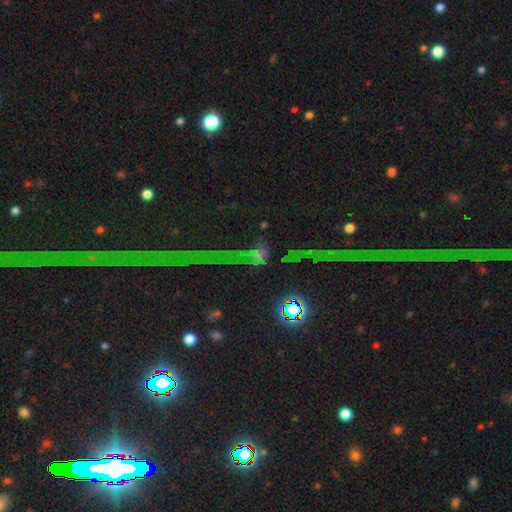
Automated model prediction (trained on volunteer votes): This is possibly a star or artifact rather than a galaxy (48%).